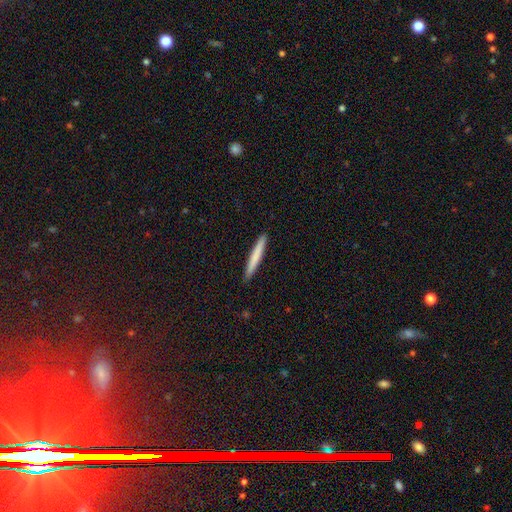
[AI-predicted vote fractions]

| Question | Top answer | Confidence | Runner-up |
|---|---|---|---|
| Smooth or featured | smooth | 72% | featured or disk (23%) |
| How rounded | cigar-shaped | 97% | in between (2%) |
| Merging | none | 92% | minor disturbance (6%) |